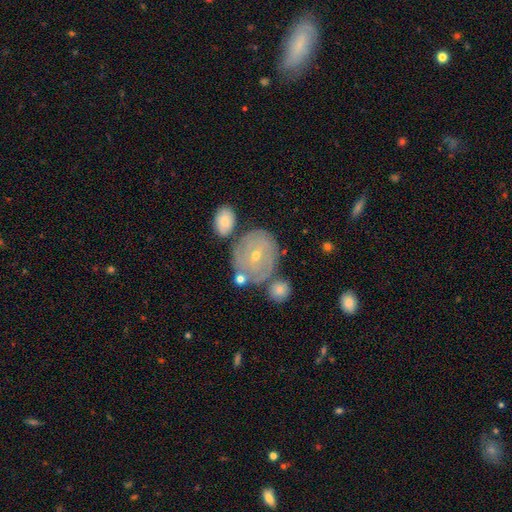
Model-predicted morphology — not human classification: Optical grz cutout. It shows a featured or disk galaxy (72%) with no bar (65%), tight (75%) spiral arms (83%) and a small central bulge (64%). Merging: none (64%).